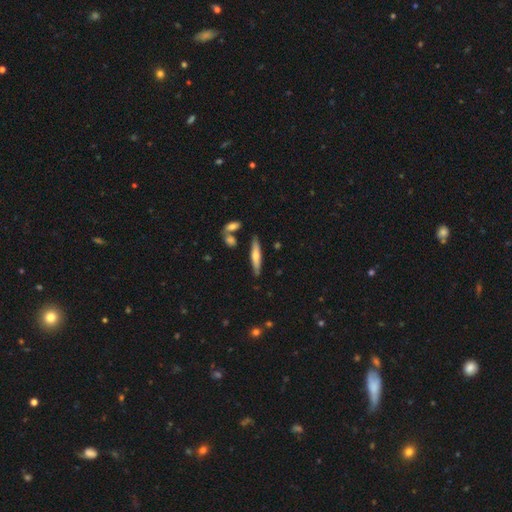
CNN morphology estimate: Smooth or featured?
  - smooth: 55% *
  - featured or disk: 39%
  - star or artifact: 6%
How rounded?
  - cigar-shaped: 85% *
  - in between: 14%
  - round: 2%
Merging?
  - none: 80% *
  - minor disturbance: 11%
  - merger: 6%
  - major disturbance: 2%